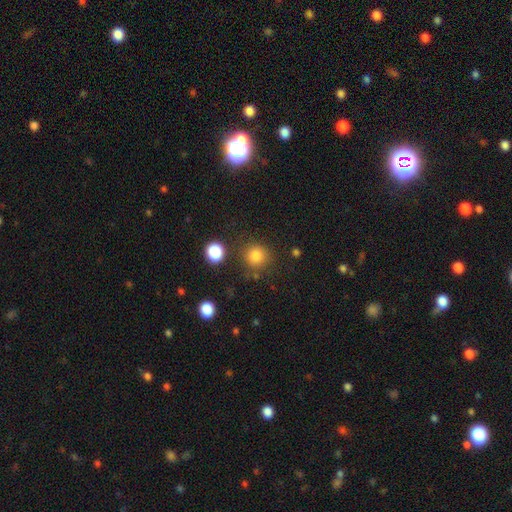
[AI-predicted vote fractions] smooth 82%, star or artifact 13%, featured or disk 5%. Down the decision tree: how rounded — round (92%); merging — none (82%).